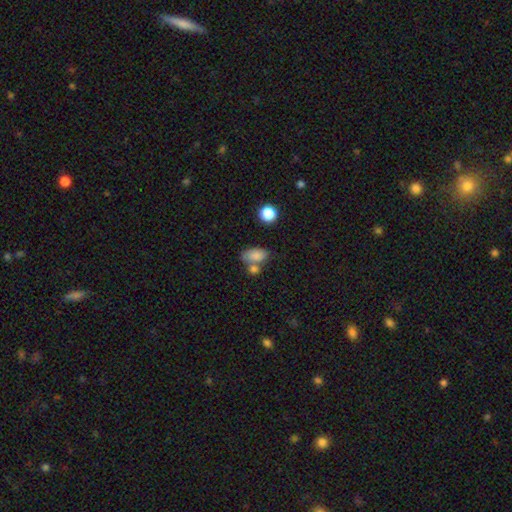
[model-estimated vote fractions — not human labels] Smooth or featured? smooth (82%)
How rounded? in between (87%)
Merging? none (42%)